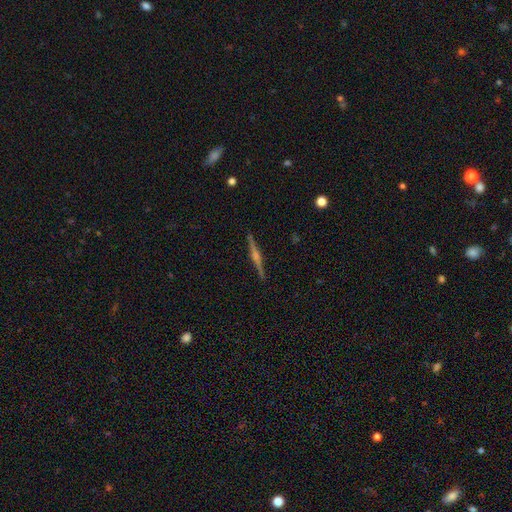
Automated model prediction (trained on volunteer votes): Q: Smooth or featured?
A: featured or disk (83%); runner-up: smooth (11%)
Q: Edge-on disk?
A: yes (99%); runner-up: no (1%)
Q: Edge-on bulge?
A: rounded (84%); runner-up: boxy (9%)
Q: Merging?
A: none (92%); runner-up: minor disturbance (5%)